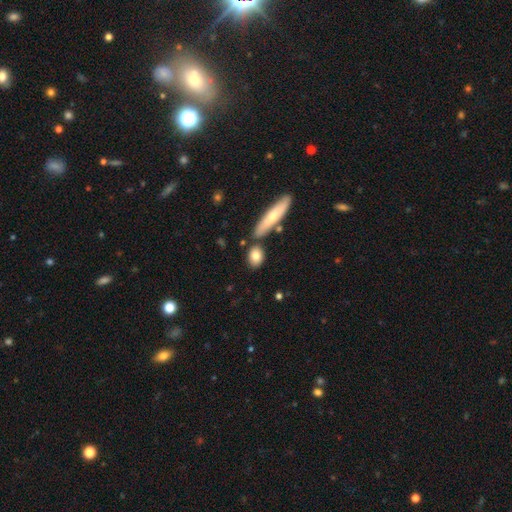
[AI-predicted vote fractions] A smooth galaxy with no disk features (78%) that is in between round and cigar-shaped (67%).

Vote fractions:
- Smooth or featured? smooth: 78% / featured or disk: 15% / star or artifact: 7%
- How rounded? in between: 67% / round: 22% / cigar-shaped: 11%
- Merging? none: 73% / merger: 12% / minor disturbance: 12% / major disturbance: 3%